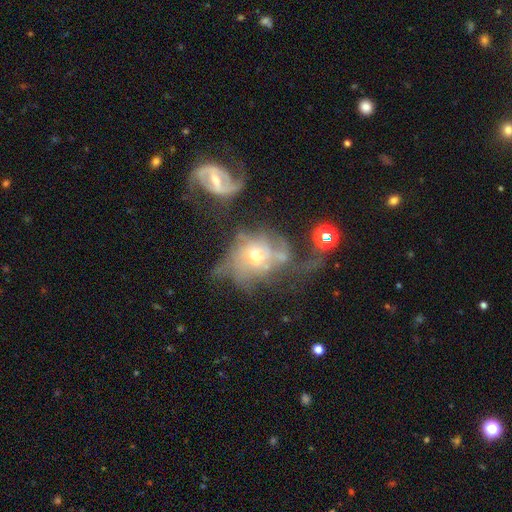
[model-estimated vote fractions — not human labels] smooth_or_featured: featured or disk (p=0.64) [alt: smooth p=0.24]
disk_edge_on: no (p=0.95) [alt: yes p=0.05]
bar: no (p=0.70) [alt: weak p=0.22]
has_spiral_arms: yes (p=0.63) [alt: no p=0.37]
bulge_size: moderate (p=0.55) [alt: small p=0.37]
merging: major disturbance (p=0.36) [alt: merger p=0.31]